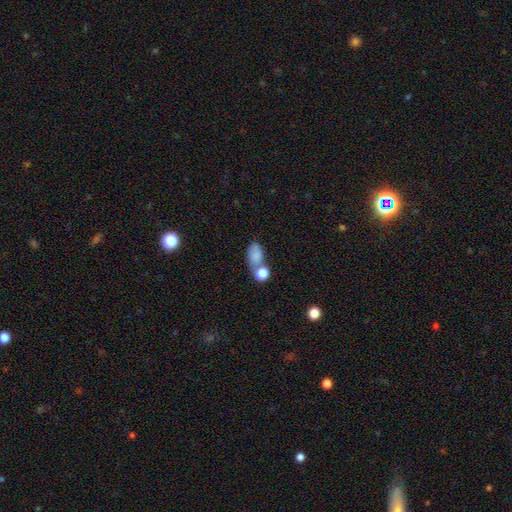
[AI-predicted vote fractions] smooth_or_featured: smooth (p=0.80) [alt: featured or disk p=0.10]
how_rounded: in between (p=0.83) [alt: round p=0.15]
merging: none (p=0.42) [alt: merger p=0.37]